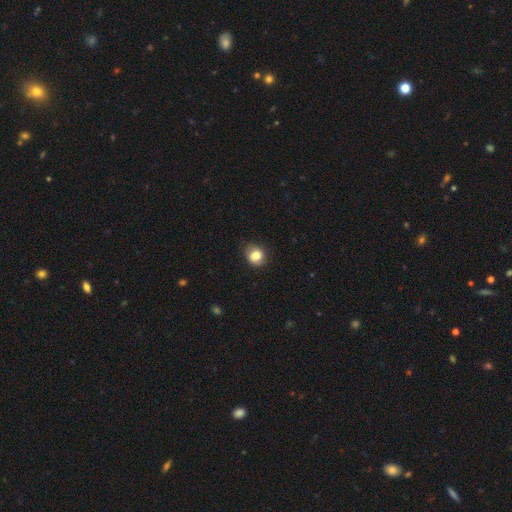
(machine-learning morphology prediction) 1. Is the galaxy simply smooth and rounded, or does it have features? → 82% smooth, 9% star or artifact, 8% featured or disk.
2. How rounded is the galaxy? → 71% round, 28% in between, 1% cigar-shaped.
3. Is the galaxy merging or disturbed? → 77% none, 18% minor disturbance, 4% major disturbance, 1% merger.